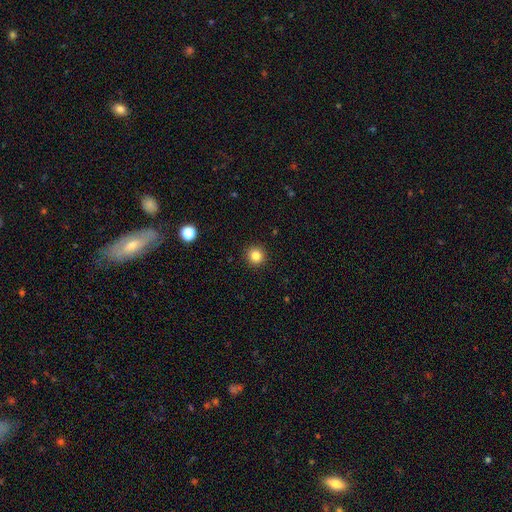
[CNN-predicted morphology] Overall: smooth (84%). How rounded: round (95%). Merging: none (93%).